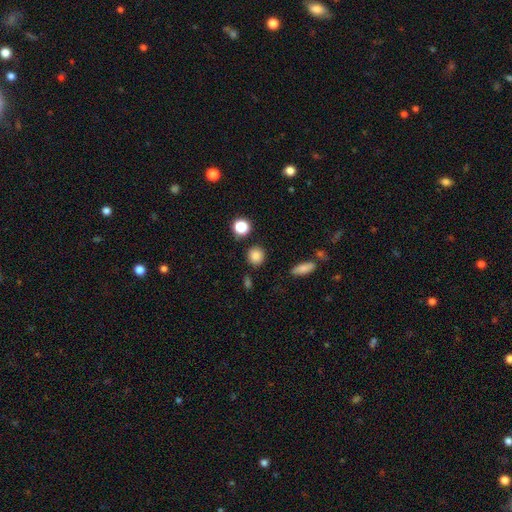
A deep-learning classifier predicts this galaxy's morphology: The model was most divided on "smooth or featured": smooth: 85%, star or artifact: 11%, featured or disk: 4%. More confident: how rounded — round (89%); merging — none (86%).